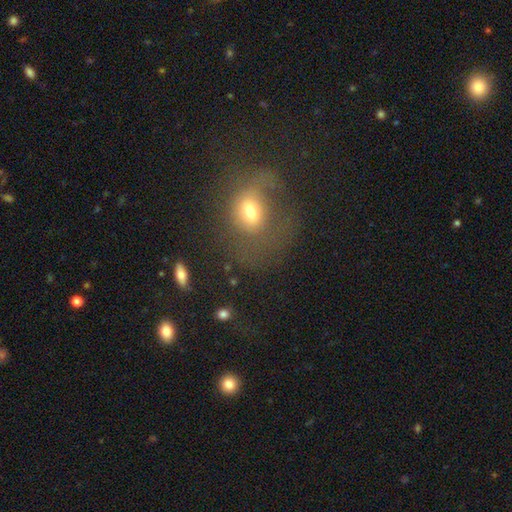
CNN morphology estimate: Smooth or featured?
  - smooth: 51% *
  - featured or disk: 26%
  - star or artifact: 23%
How rounded?
  - round: 61% *
  - in between: 38%
  - cigar-shaped: 1%
Merging?
  - none: 52% *
  - major disturbance: 22%
  - minor disturbance: 22%
  - merger: 3%